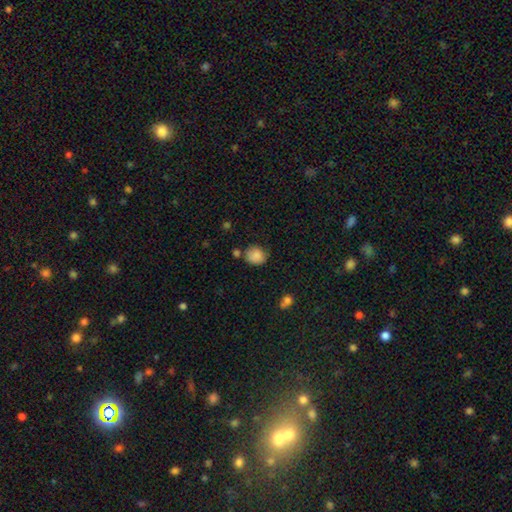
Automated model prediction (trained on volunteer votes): smooth 86%, star or artifact 9%, featured or disk 5%. Down the decision tree: how rounded — round (74%); merging — none (67%).